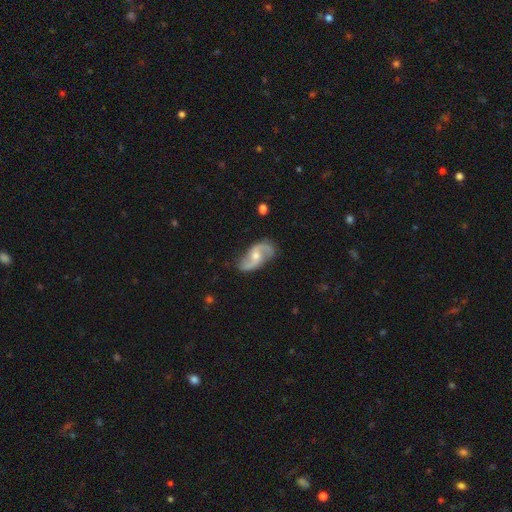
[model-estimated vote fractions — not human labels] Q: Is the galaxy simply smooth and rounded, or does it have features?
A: featured or disk — 86%.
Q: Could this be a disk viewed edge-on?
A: no — 96%.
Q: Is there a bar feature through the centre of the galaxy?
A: no — 51%.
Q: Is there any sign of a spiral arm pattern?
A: yes — 96%.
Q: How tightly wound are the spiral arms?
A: loose — 48%.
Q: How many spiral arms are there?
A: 2 — 93%.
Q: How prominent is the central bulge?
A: moderate — 62%.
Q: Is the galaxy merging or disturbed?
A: none — 78%.